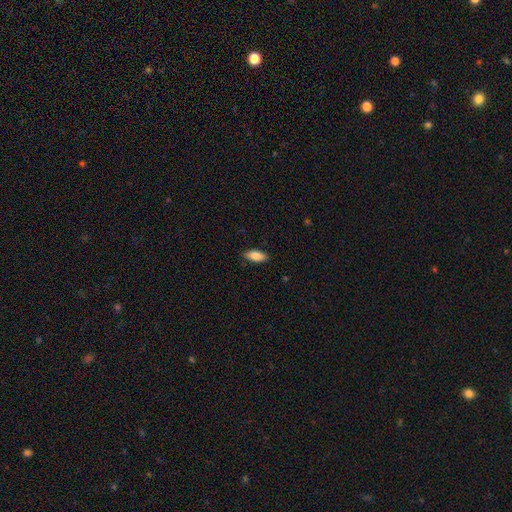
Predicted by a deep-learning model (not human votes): Smooth or featured? smooth (85%)
How rounded? in between (84%)
Merging? none (87%)